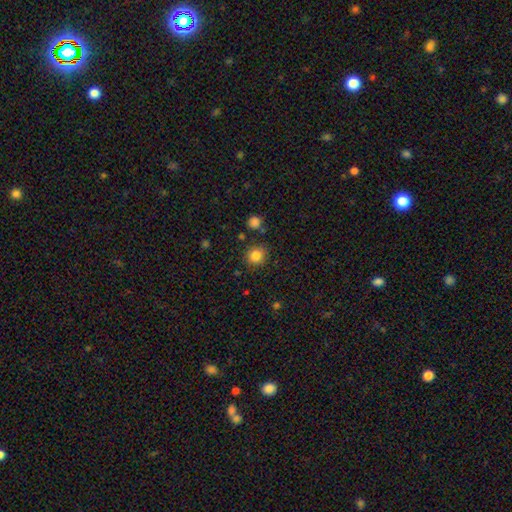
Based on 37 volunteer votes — Q: Smooth or featured?
A: smooth (81%); runner-up: featured or disk (11%)
Q: How rounded?
A: round (90%); runner-up: in between (10%)
Q: Merging?
A: none (82%); runner-up: minor disturbance (12%)